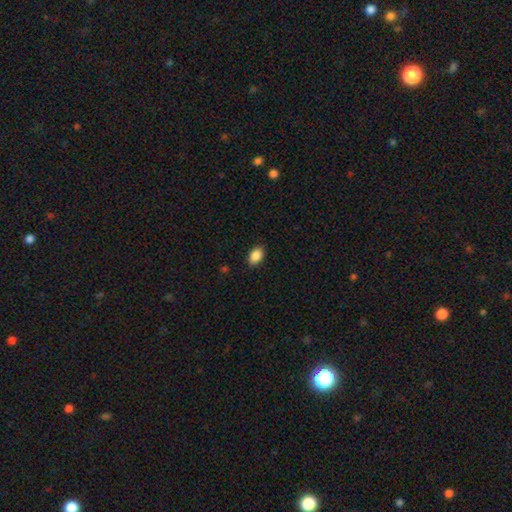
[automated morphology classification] smooth 89%, star or artifact 8%, featured or disk 4%. Down the decision tree: how rounded — in between (88%); merging — none (87%).